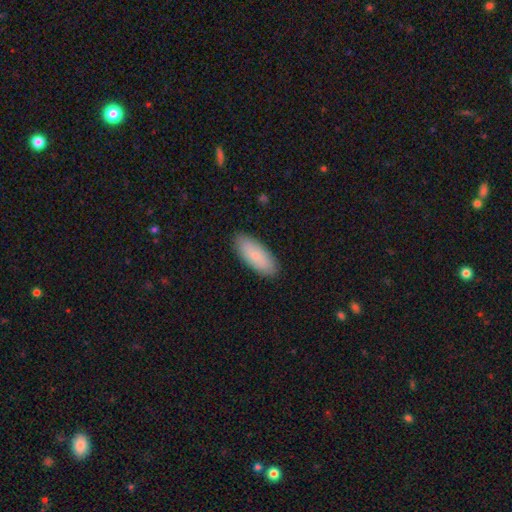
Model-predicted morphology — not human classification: smooth 82%, featured or disk 13%, star or artifact 6%. Down the decision tree: how rounded — in between (80%); merging — none (88%).